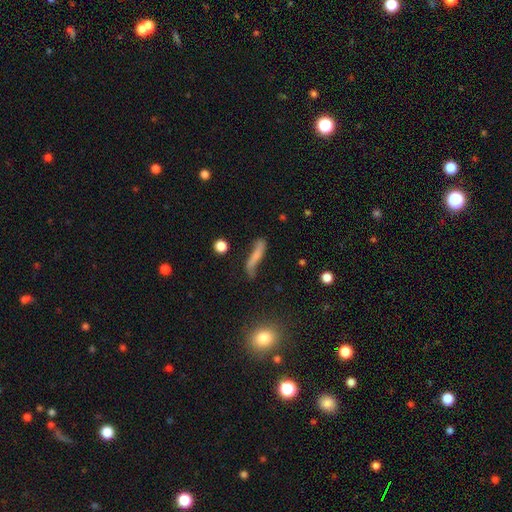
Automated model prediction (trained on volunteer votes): Smooth or featured? smooth (59%)
How rounded? cigar-shaped (83%)
Merging? none (52%)